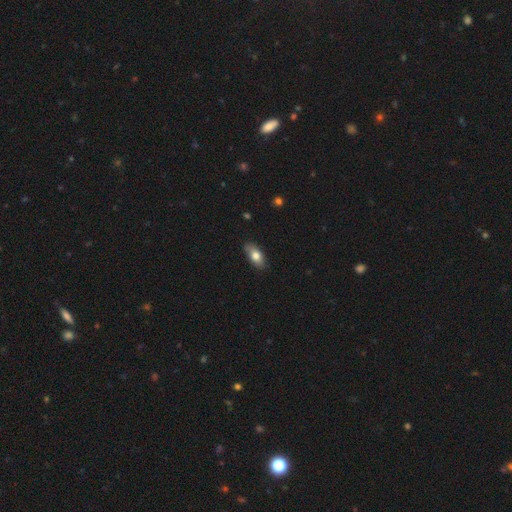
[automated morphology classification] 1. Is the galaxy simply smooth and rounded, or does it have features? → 75% smooth, 18% featured or disk, 7% star or artifact.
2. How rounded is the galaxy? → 87% in between, 9% cigar-shaped, 4% round.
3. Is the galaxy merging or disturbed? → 82% none, 15% minor disturbance, 2% major disturbance, 1% merger.